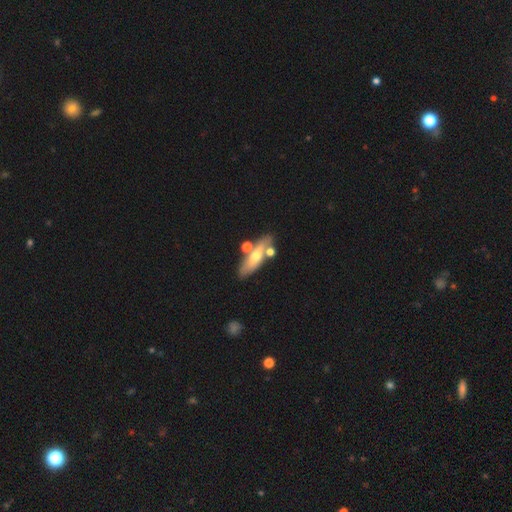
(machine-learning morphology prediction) Smooth or featured?
  - featured or disk: 47% *
  - smooth: 46%
  - star or artifact: 7%
Merging?
  - none: 67% *
  - merger: 16%
  - minor disturbance: 13%
  - major disturbance: 4%